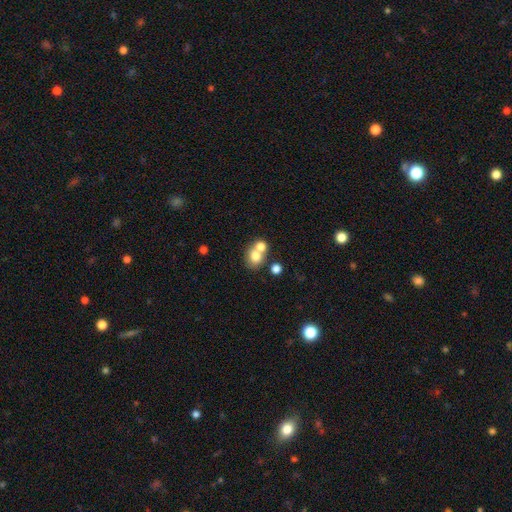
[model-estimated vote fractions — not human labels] smooth_or_featured: smooth (p=0.74) [alt: featured or disk p=0.14]
how_rounded: round (p=0.69) [alt: in between p=0.30]
merging: merger (p=0.47) [alt: none p=0.42]